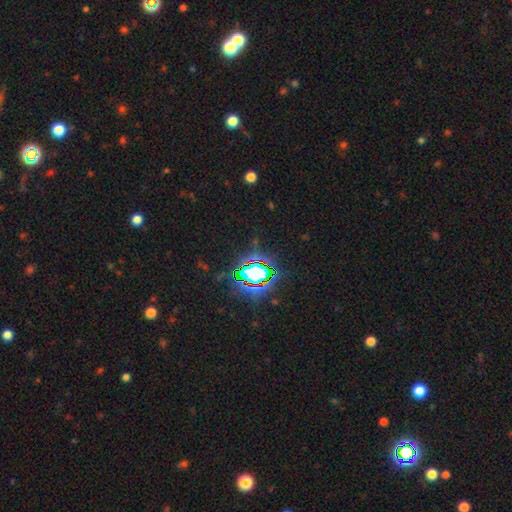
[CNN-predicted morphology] This is clearly a star or artifact rather than a galaxy (83%).